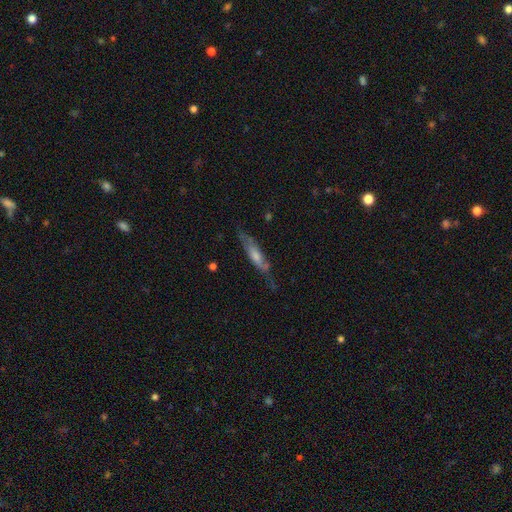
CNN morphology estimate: smooth-or-featured: featured or disk: 57% | smooth: 36% | star or artifact: 7%
  disk-edge-on: yes: 64% | no: 36%
  merging: none: 66% | minor disturbance: 23% | major disturbance: 8% | merger: 2%